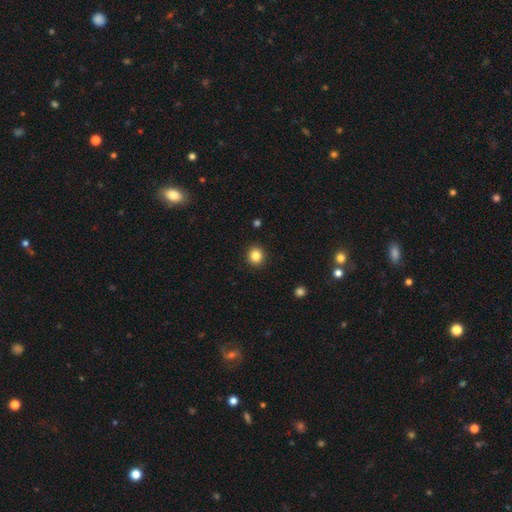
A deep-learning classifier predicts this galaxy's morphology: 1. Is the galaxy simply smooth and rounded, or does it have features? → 84% smooth, 11% star or artifact, 5% featured or disk.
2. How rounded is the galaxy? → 88% round, 11% in between, 1% cigar-shaped.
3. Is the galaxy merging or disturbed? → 92% none, 5% minor disturbance, 2% major disturbance, 1% merger.